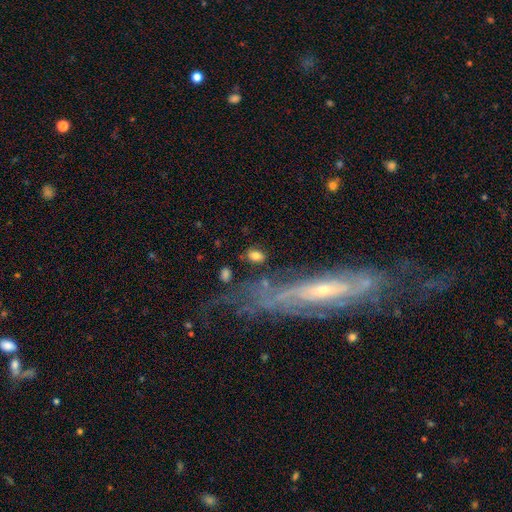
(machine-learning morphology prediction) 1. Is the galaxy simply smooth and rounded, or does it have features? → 76% smooth, 16% featured or disk, 9% star or artifact.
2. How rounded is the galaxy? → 80% in between, 17% round, 3% cigar-shaped.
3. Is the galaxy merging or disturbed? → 75% none, 13% minor disturbance, 7% major disturbance, 5% merger.